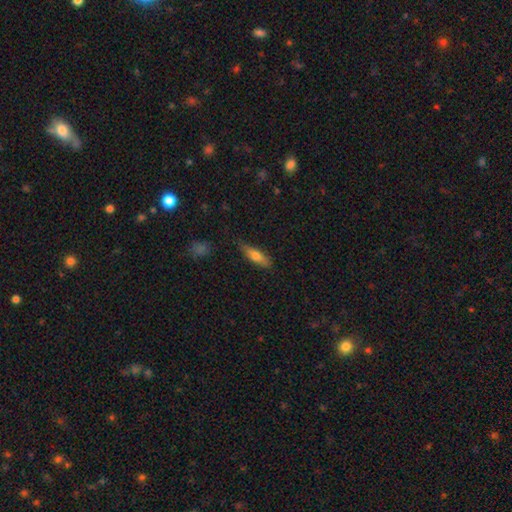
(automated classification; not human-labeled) Smooth or featured? smooth (68%)
How rounded? cigar-shaped (53%)
Merging? none (77%)